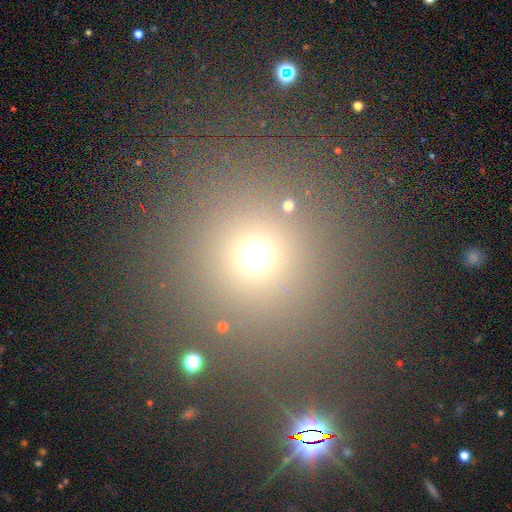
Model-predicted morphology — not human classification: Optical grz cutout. It shows a smooth galaxy with no disk features (63%) that is round (93%). Merging: none (82%).